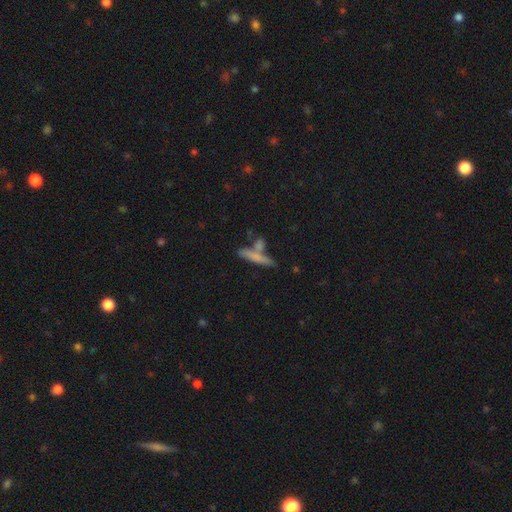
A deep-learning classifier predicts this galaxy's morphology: A smooth galaxy with no disk features (66%) that is cigar-shaped (84%).

Vote fractions:
- Smooth or featured? smooth: 66% / featured or disk: 27% / star or artifact: 7%
- How rounded? cigar-shaped: 84% / in between: 13% / round: 3%
- Merging? none: 59% / merger: 24% / minor disturbance: 12% / major disturbance: 4%